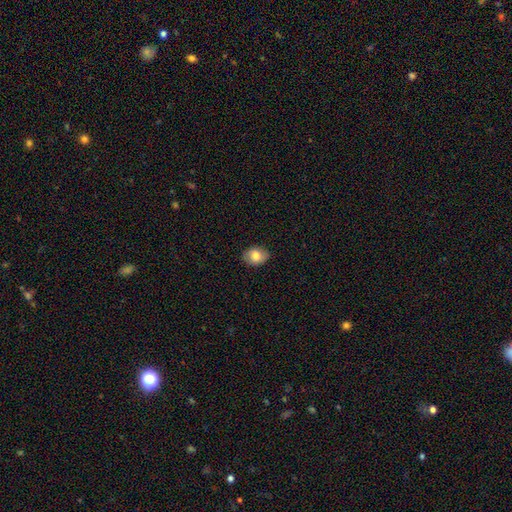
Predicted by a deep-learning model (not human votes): This is likely a smooth galaxy (77%). How rounded: likely in between (65%). Merging: clearly none (85%).